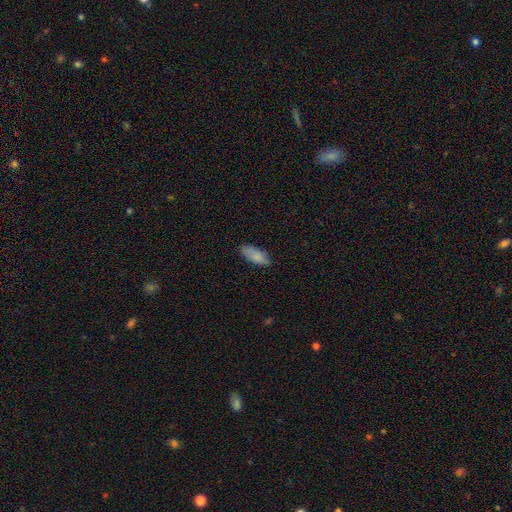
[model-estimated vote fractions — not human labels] A smooth galaxy with no disk features (84%) that is in between round and cigar-shaped (81%). Merging: none (80%).